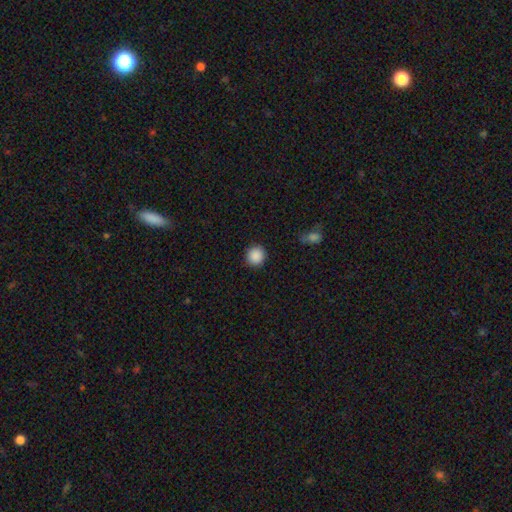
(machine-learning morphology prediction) Smooth or featured?
  - smooth: 89% *
  - star or artifact: 9%
  - featured or disk: 2%
How rounded?
  - round: 91% *
  - in between: 8%
  - cigar-shaped: 1%
Merging?
  - none: 91% *
  - minor disturbance: 6%
  - major disturbance: 2%
  - merger: 1%